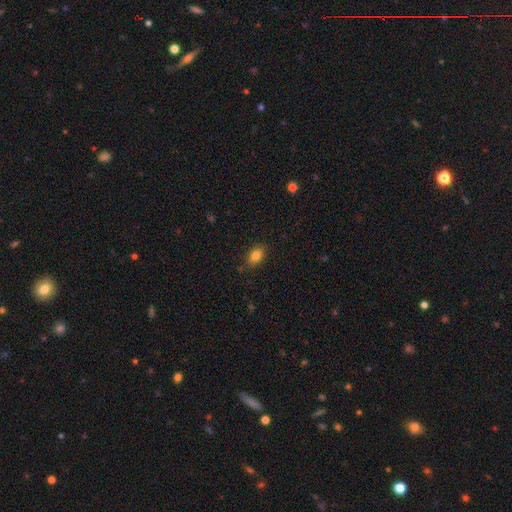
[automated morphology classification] Smooth or featured: smooth — 83% (star or artifact — 10%)
How rounded: in between — 75% (round — 23%)
Merging: none — 85% (minor disturbance — 12%)